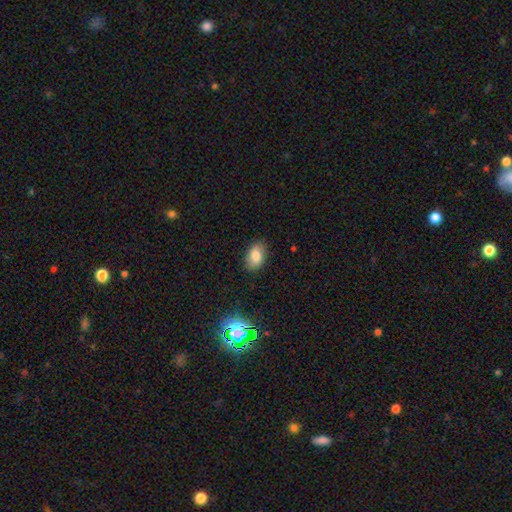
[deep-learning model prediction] Smooth or featured: smooth — 81% (star or artifact — 10%)
How rounded: in between — 88% (round — 10%)
Merging: none — 85% (minor disturbance — 11%)